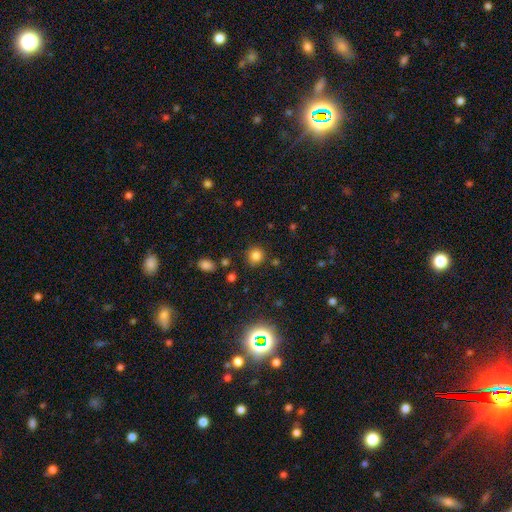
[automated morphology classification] Overall: smooth (81%). How rounded: round (90%). Merging: none (84%).